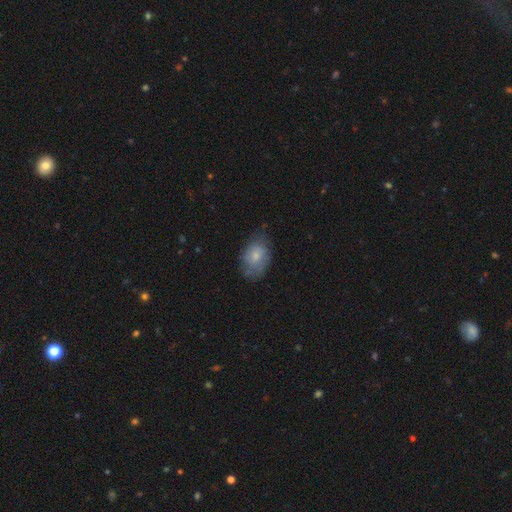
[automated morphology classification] Smooth or featured?
  - smooth: 70% *
  - featured or disk: 23%
  - star or artifact: 7%
How rounded?
  - in between: 83% *
  - round: 16%
  - cigar-shaped: 1%
Merging?
  - none: 59% *
  - minor disturbance: 30%
  - major disturbance: 9%
  - merger: 2%